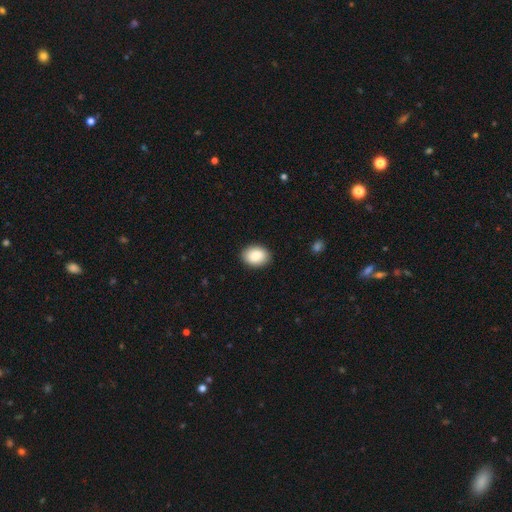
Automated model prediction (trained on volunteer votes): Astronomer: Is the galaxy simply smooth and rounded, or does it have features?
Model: smooth — 89%.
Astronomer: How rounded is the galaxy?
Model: in between — 75%.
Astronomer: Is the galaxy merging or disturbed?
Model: none — 89%.